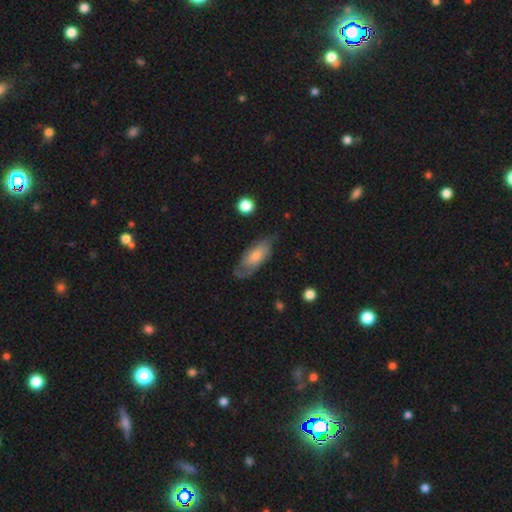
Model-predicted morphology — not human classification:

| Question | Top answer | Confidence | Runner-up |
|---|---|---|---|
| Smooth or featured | featured or disk | 57% | smooth (36%) |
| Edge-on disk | no | 84% | yes (16%) |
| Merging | none | 68% | minor disturbance (22%) |